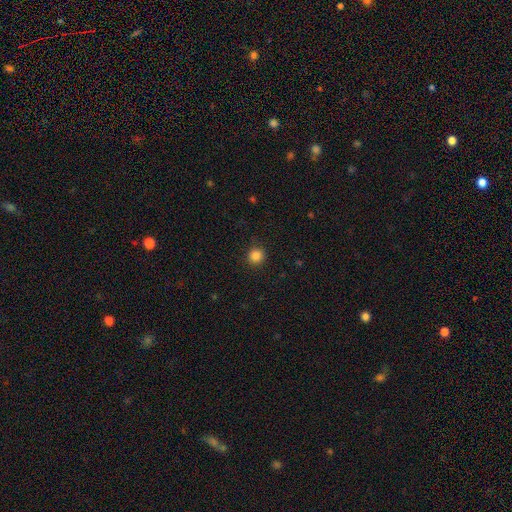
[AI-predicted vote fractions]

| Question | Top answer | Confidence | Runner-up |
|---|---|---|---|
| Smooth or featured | smooth | 85% | star or artifact (12%) |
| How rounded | round | 94% | in between (5%) |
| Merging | none | 90% | minor disturbance (6%) |